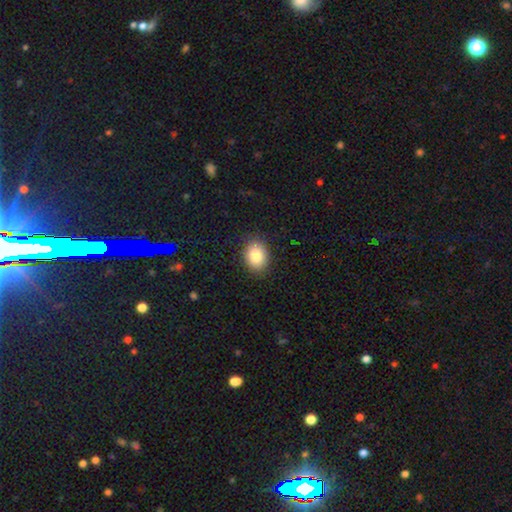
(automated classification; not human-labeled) Smooth or featured?
  - smooth: 86% *
  - star or artifact: 8%
  - featured or disk: 6%
How rounded?
  - in between: 63% *
  - round: 36%
  - cigar-shaped: 1%
Merging?
  - none: 87% *
  - minor disturbance: 9%
  - major disturbance: 3%
  - merger: 1%